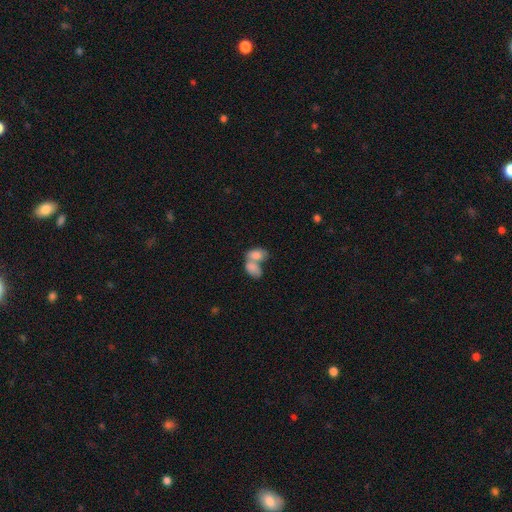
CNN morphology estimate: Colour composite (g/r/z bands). It shows a smooth galaxy with no disk features (80%) that is in between round and cigar-shaped (89%). Merging: merger (70%).